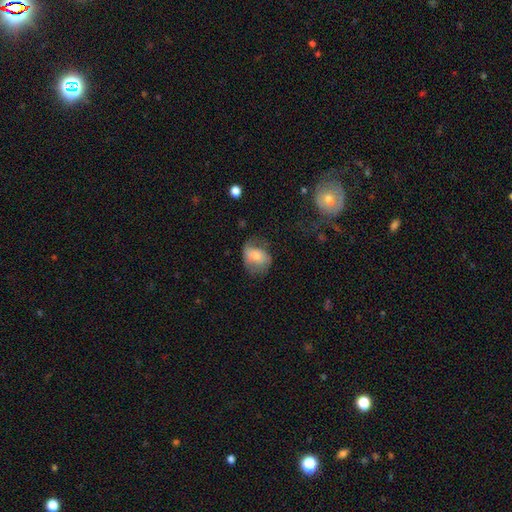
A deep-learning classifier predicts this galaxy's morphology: Q: Smooth or featured?
A: smooth (58%); runner-up: featured or disk (34%)
Q: How rounded?
A: in between (60%); runner-up: round (39%)
Q: Merging?
A: none (42%); runner-up: minor disturbance (30%)